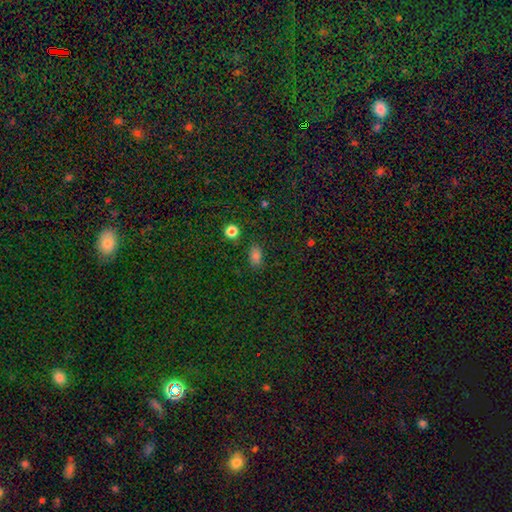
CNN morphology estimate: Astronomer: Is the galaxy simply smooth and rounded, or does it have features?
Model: smooth — 80%.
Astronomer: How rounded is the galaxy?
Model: in between — 83%.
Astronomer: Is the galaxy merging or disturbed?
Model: none — 82%.